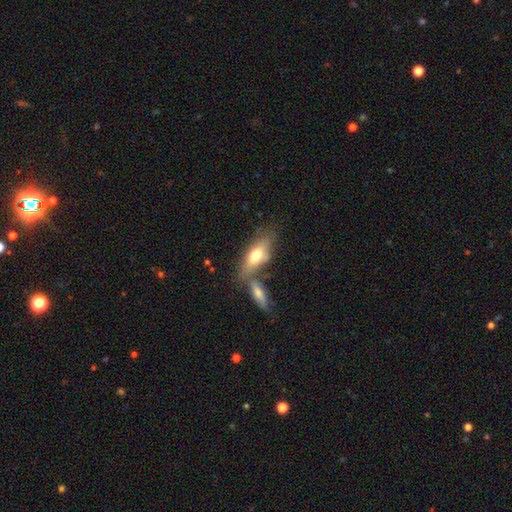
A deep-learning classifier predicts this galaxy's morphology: A smooth galaxy with no disk features (65%) that is in between round and cigar-shaped (69%). Merging: none (47%).